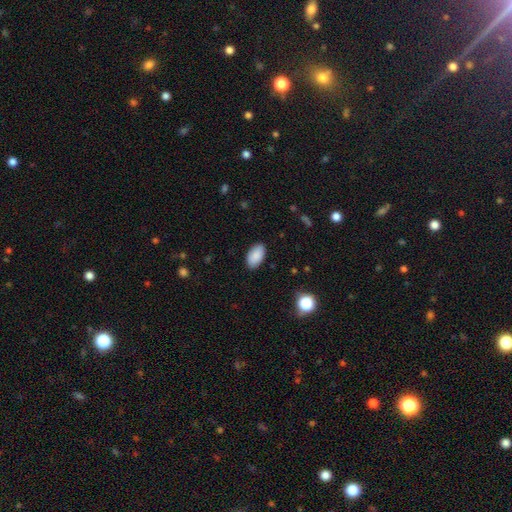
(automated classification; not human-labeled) The model was most divided on "merging": none: 88%, minor disturbance: 9%, major disturbance: 2%, merger: 1%. More confident: how rounded — in between (95%); smooth or featured — smooth (89%).